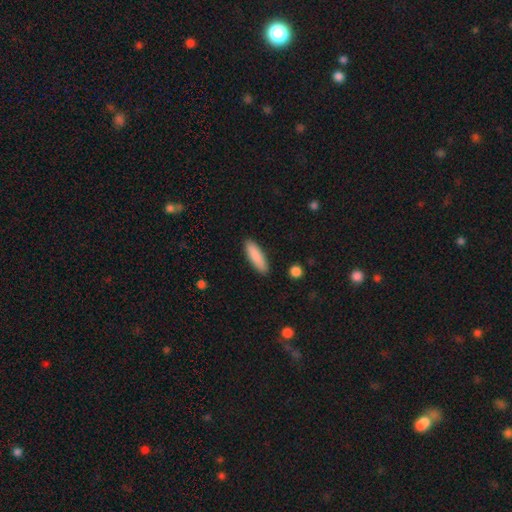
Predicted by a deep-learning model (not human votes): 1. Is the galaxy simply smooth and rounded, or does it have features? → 88% smooth, 7% featured or disk, 6% star or artifact.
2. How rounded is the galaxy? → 61% cigar-shaped, 37% in between, 2% round.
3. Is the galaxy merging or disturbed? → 89% none, 8% minor disturbance, 2% major disturbance, 1% merger.